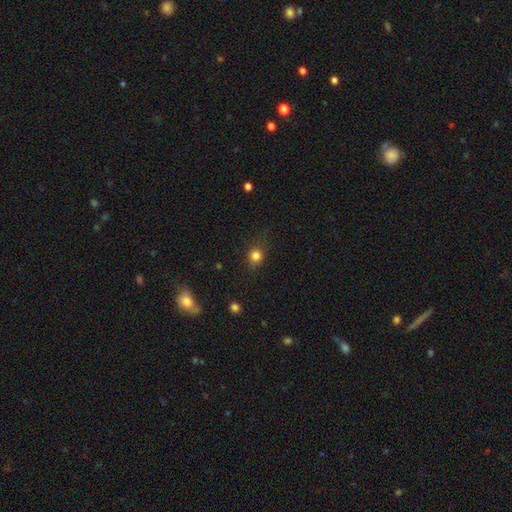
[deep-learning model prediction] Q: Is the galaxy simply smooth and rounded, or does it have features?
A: smooth — 81%.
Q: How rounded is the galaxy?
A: round — 79%.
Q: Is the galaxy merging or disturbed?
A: none — 81%.